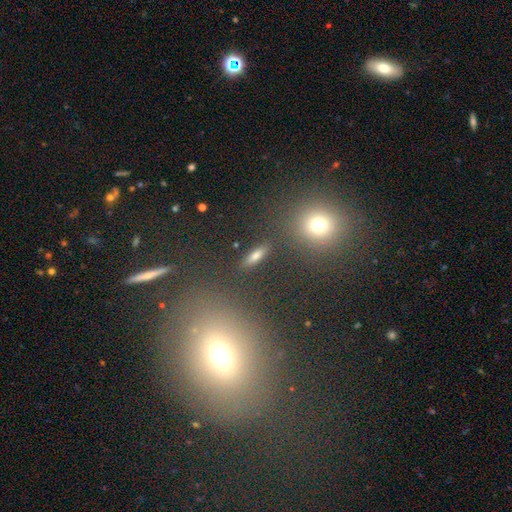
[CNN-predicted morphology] smooth 58%, star or artifact 21%, featured or disk 21%. Down the decision tree: how rounded — cigar-shaped (48%); merging — none (88%).